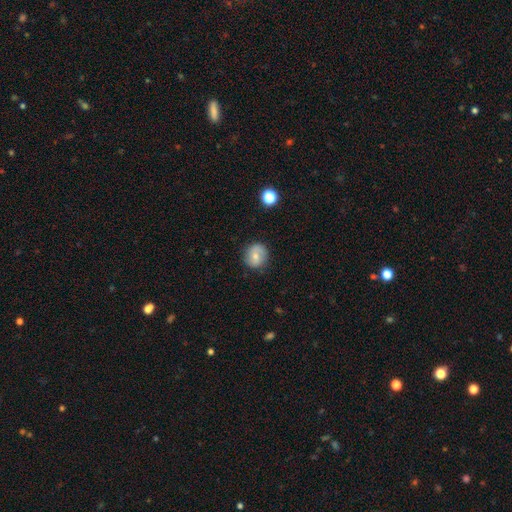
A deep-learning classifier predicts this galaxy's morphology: smooth 58%, featured or disk 33%, star or artifact 9%. Down the decision tree: how rounded — round (85%); merging — none (81%).